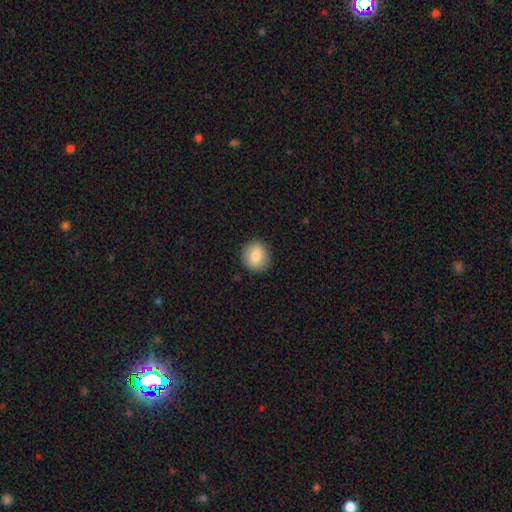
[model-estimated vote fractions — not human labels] smooth_or_featured: smooth (p=0.82) [alt: featured or disk p=0.10]
how_rounded: round (p=0.81) [alt: in between p=0.18]
merging: none (p=0.90) [alt: minor disturbance p=0.07]